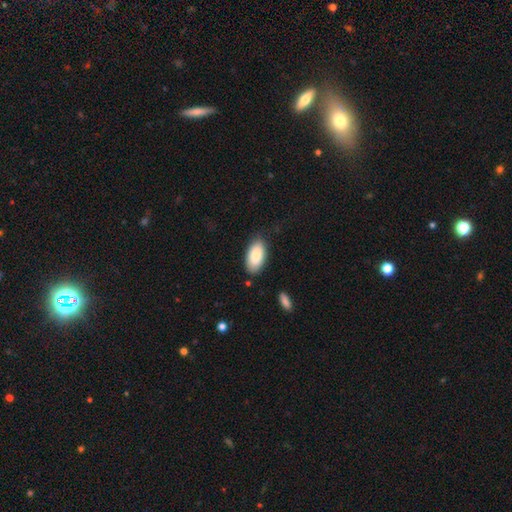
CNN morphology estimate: A smooth galaxy with no disk features (86%) that is in between round and cigar-shaped (94%).

Vote fractions:
- Smooth or featured? smooth: 86% / featured or disk: 8% / star or artifact: 6%
- How rounded? in between: 94% / cigar-shaped: 4% / round: 2%
- Merging? none: 81% / minor disturbance: 14% / major disturbance: 3% / merger: 2%